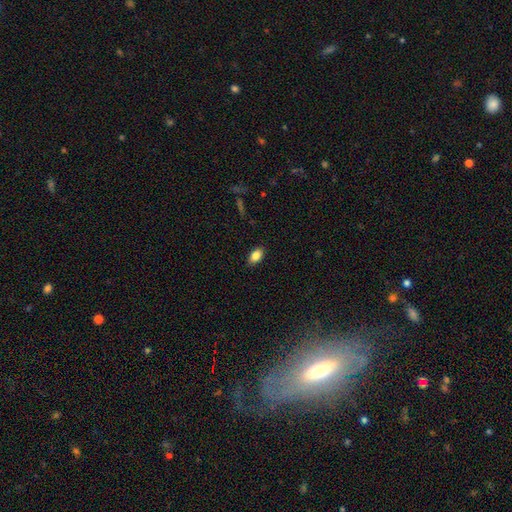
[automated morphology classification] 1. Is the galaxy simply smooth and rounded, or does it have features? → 84% smooth, 9% star or artifact, 8% featured or disk.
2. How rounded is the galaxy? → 89% in between, 8% round, 3% cigar-shaped.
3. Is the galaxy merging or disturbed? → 88% none, 9% minor disturbance, 2% major disturbance, 1% merger.